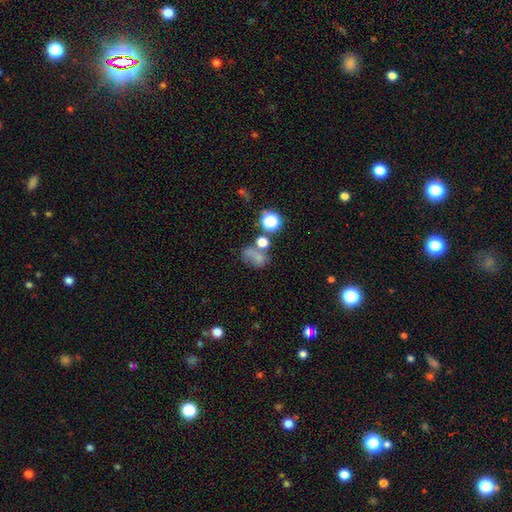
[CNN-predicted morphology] A smooth galaxy with no disk features (62%) that is in between round and cigar-shaped (59%).

Vote fractions:
- Smooth or featured? smooth: 62% / star or artifact: 22% / featured or disk: 16%
- How rounded? in between: 59% / round: 39% / cigar-shaped: 2%
- Merging? none: 35% / merger: 30% / major disturbance: 17% / minor disturbance: 17%